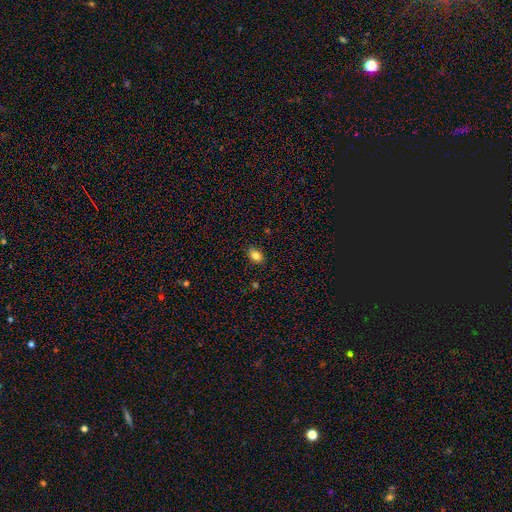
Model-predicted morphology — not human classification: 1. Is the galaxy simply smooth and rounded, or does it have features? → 84% smooth, 9% star or artifact, 7% featured or disk.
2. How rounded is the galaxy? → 81% in between, 17% round, 2% cigar-shaped.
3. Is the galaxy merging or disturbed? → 86% none, 11% minor disturbance, 2% major disturbance, 1% merger.